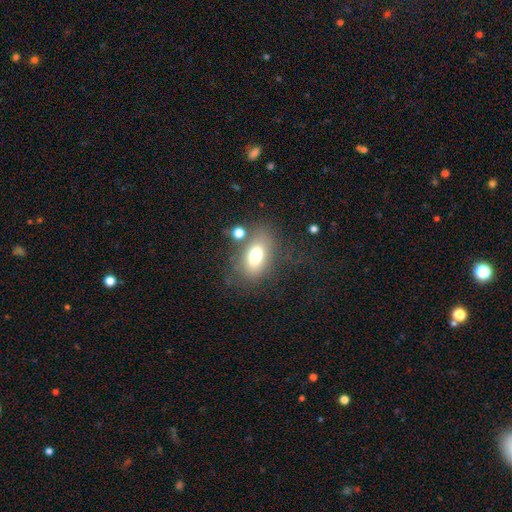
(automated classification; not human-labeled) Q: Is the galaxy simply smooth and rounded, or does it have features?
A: smooth — 72%.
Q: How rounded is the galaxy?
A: in between — 86%.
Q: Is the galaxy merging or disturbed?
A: none — 65%.